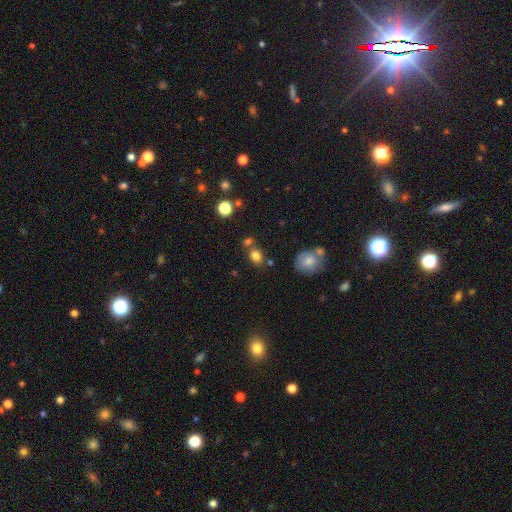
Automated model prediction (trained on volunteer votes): Smooth or featured? Predicted: smooth (p=0.80). How rounded? Predicted: in between (p=0.57). Merging? Predicted: none (p=0.65).